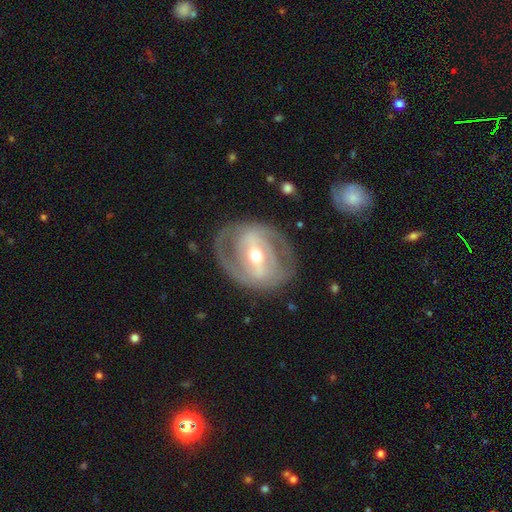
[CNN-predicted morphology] Smooth or featured? Predicted: featured or disk (p=0.83). Edge-on disk? Predicted: no (p=0.95). Bar? Predicted: strong (p=0.55). Spiral arms? Predicted: yes (p=0.80). Spiral winding? Predicted: tight (p=0.50). Spiral arm count? Predicted: 2 (p=0.70). Bulge size? Predicted: moderate (p=0.65). Merging? Predicted: none (p=0.77).